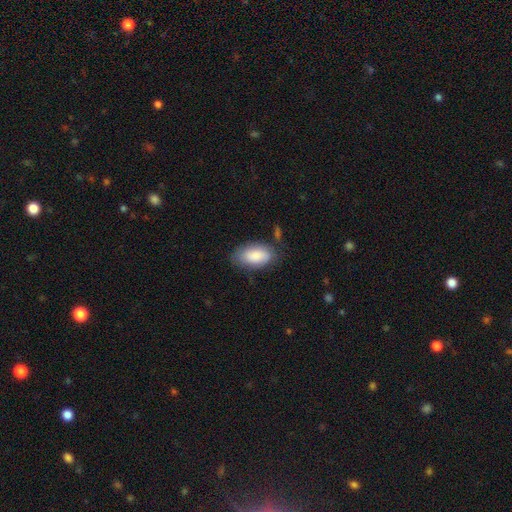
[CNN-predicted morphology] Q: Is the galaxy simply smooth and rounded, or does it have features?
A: smooth — 84%.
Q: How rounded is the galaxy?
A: in between — 94%.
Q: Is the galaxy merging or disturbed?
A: none — 68%.